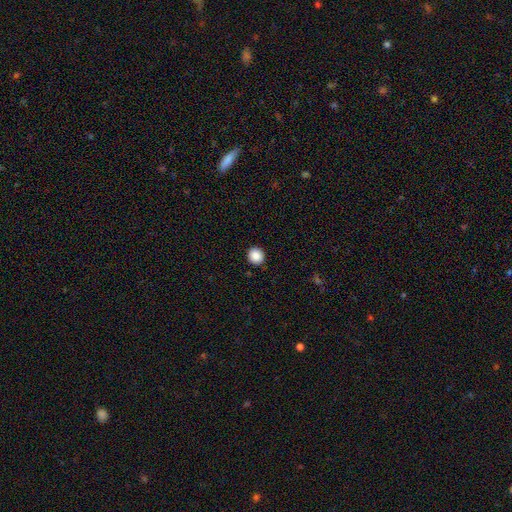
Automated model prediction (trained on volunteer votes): Smooth or featured? smooth (88%)
How rounded? round (93%)
Merging? none (92%)